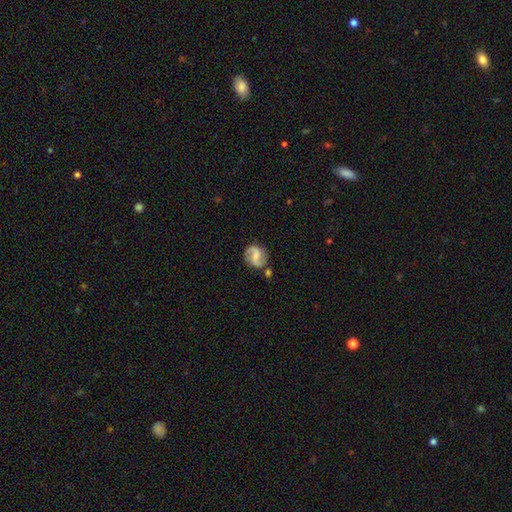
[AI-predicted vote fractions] Smooth or featured: featured or disk — 75% (smooth — 18%)
Edge-on disk: no — 98% (yes — 2%)
Bar: weak — 48% (no — 28%)
Spiral arms: yes — 94% (no — 6%)
Spiral winding: medium — 45% (loose — 39%)
Spiral arm count: 2 — 92% (can't tell — 3%)
Bulge size: small — 39% (none — 30%)
Merging: none — 73% (minor disturbance — 14%)